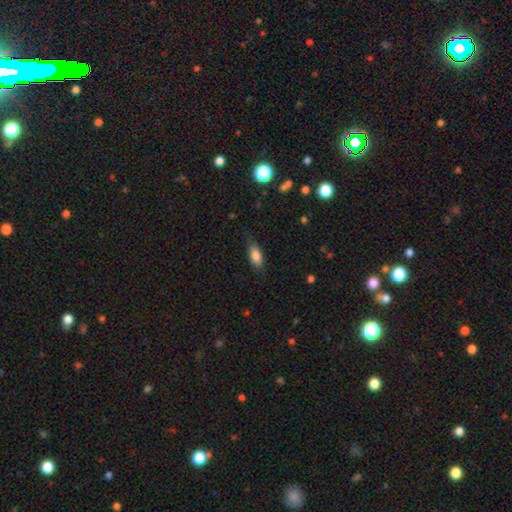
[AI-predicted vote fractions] A smooth galaxy with no disk features (83%) that is in between round and cigar-shaped (81%). Merging: none (77%).